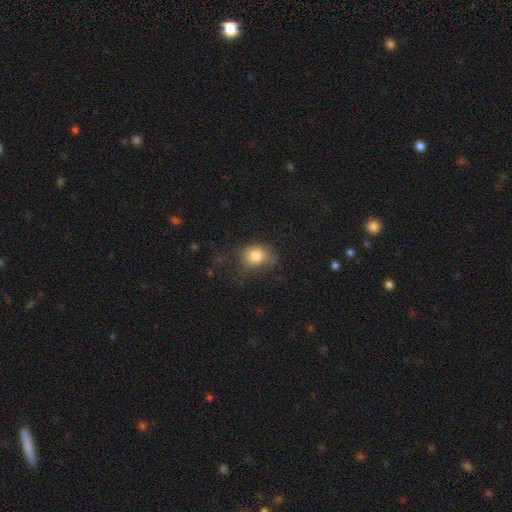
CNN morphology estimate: type=smooth (82%); roundness=round (55%); merging=none (53%).